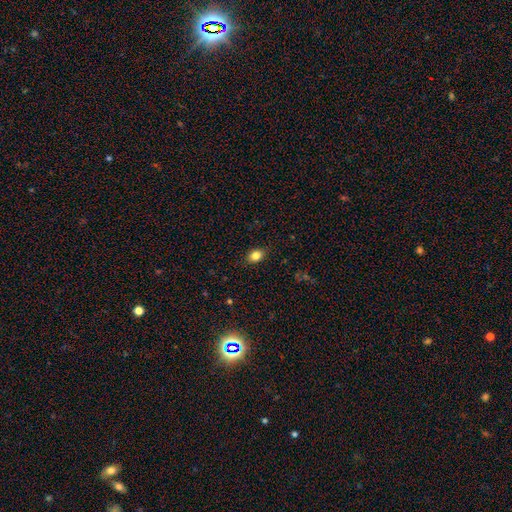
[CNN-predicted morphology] A smooth galaxy with no disk features (83%) that is in between round and cigar-shaped (70%).

Vote fractions:
- Smooth or featured? smooth: 83% / star or artifact: 10% / featured or disk: 7%
- How rounded? in between: 70% / round: 29% / cigar-shaped: 2%
- Merging? none: 86% / minor disturbance: 10% / major disturbance: 2% / merger: 1%